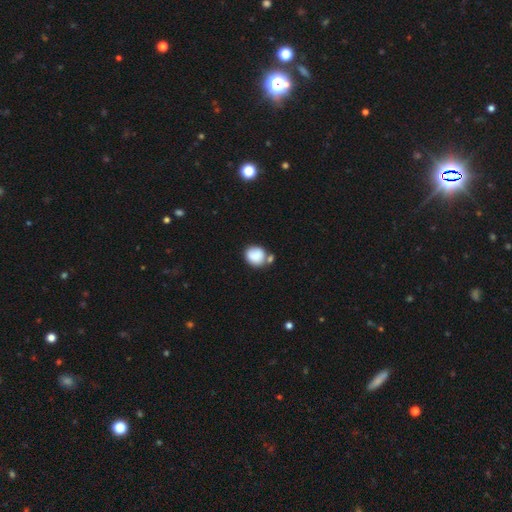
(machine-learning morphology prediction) Smooth or featured? Predicted: smooth (p=0.84). How rounded? Predicted: round (p=0.74). Merging? Predicted: none (p=0.51).